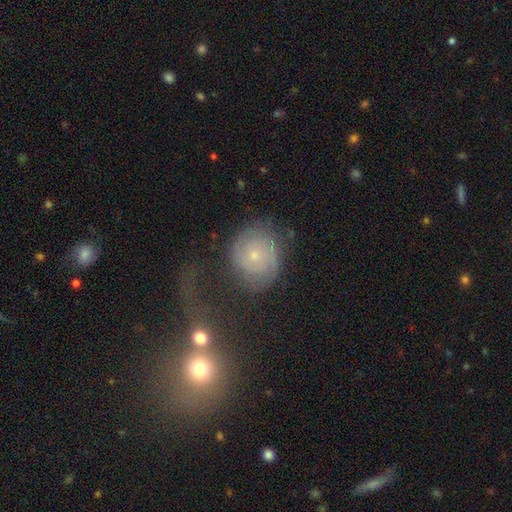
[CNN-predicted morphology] featured or disk 66%, smooth 25%, star or artifact 9%. Down the decision tree: edge-on disk — no (97%); bar — no (78%); spiral arms — yes (87%); spiral arm count — 2 (44%); spiral winding — tight (63%); bulge size — small (79%); merging — none (63%).